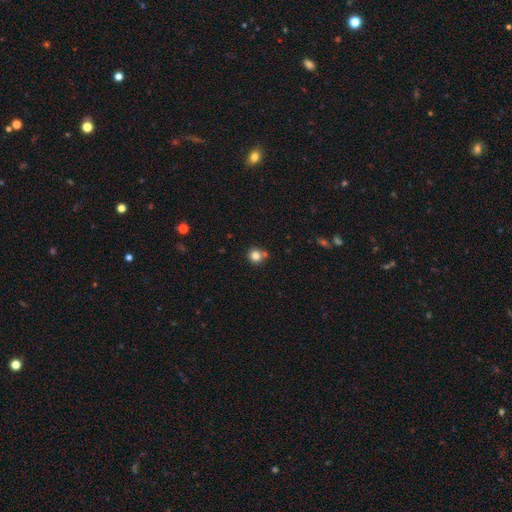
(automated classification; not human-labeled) This appears to be a smooth galaxy with no disk features (82%) that is round (90%). Merging: none (70%).